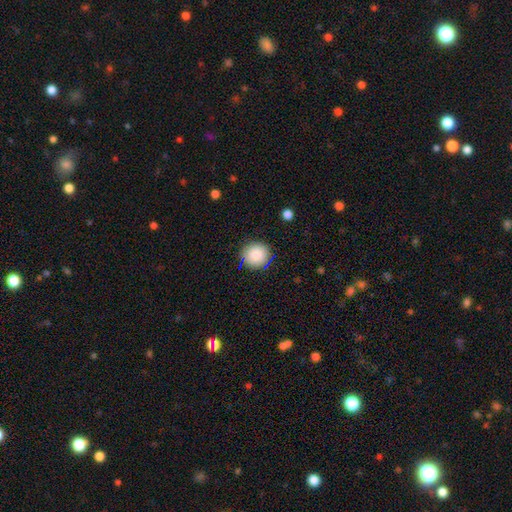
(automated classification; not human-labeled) Smooth or featured? Predicted: smooth (p=0.85). How rounded? Predicted: round (p=0.92). Merging? Predicted: none (p=0.87).